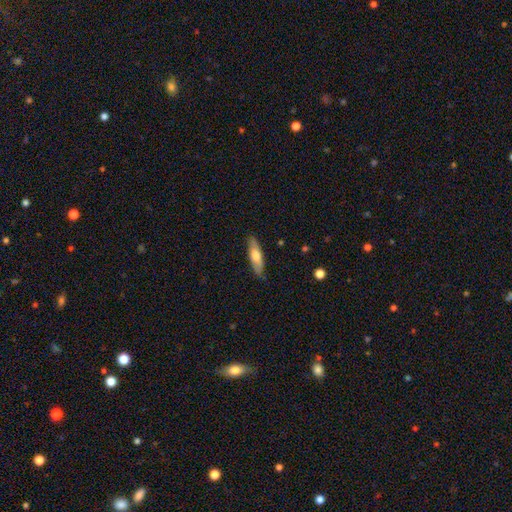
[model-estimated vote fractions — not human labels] smooth_or_featured: smooth (p=0.63) [alt: featured or disk p=0.31]
how_rounded: cigar-shaped (p=0.60) [alt: in between p=0.38]
merging: none (p=0.85) [alt: minor disturbance p=0.12]